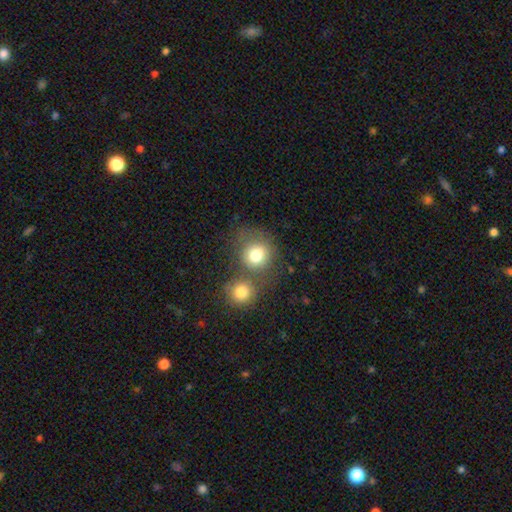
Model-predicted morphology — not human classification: A smooth galaxy with no disk features (79%) that is round (82%). Merging: none (44%).